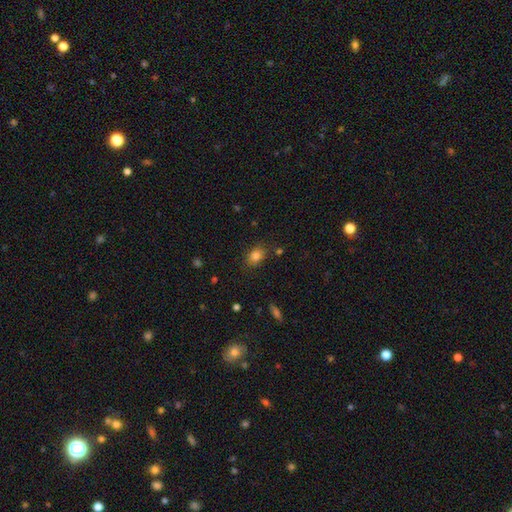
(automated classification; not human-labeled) Smooth or featured? Predicted: smooth (p=0.80). How rounded? Predicted: in between (p=0.63). Merging? Predicted: none (p=0.80).